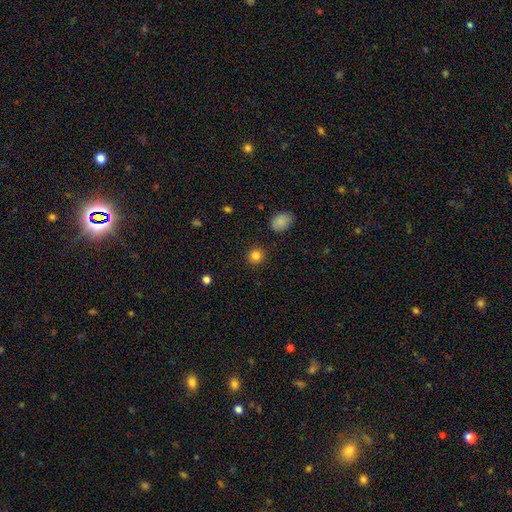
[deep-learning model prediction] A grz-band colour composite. It shows a smooth galaxy with no disk features (83%) that is round (91%). Merging: none (90%).